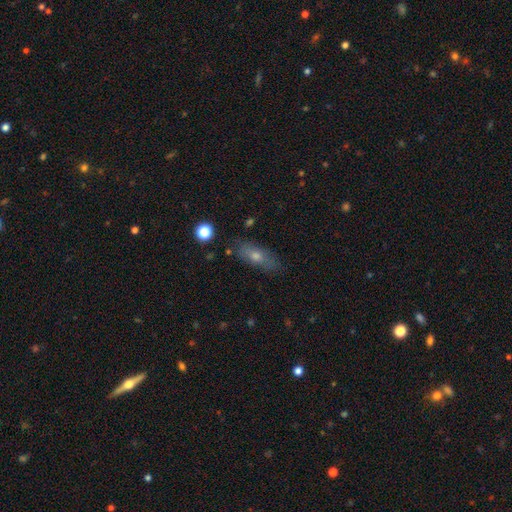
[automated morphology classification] This appears to be a smooth galaxy with no disk features (56%) that is in between round and cigar-shaped (62%). Merging: none (81%).